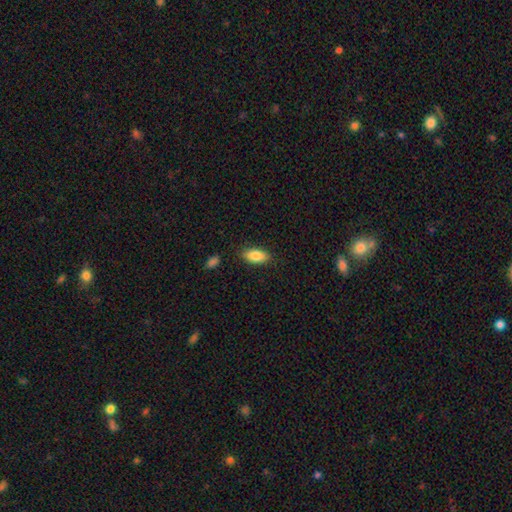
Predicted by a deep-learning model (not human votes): smooth_or_featured: smooth (p=0.86) [alt: featured or disk p=0.07]
how_rounded: in between (p=0.90) [alt: cigar-shaped p=0.07]
merging: none (p=0.85) [alt: minor disturbance p=0.10]